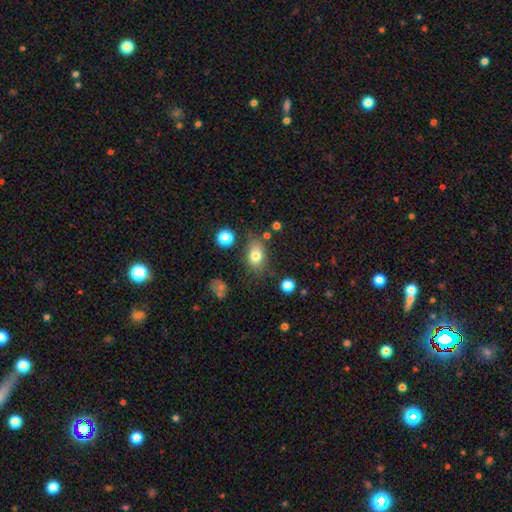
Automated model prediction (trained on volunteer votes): This appears to be a smooth galaxy with no disk features (78%) that is in between round and cigar-shaped (77%). Merging: none (67%).